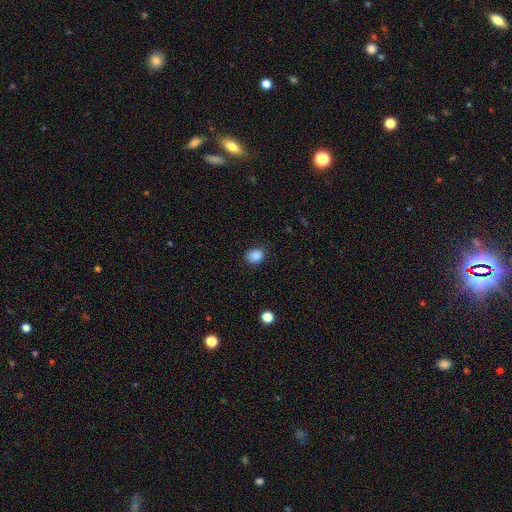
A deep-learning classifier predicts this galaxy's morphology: This appears to be a smooth galaxy with no disk features (87%) that is round (57%). Merging: none (80%).